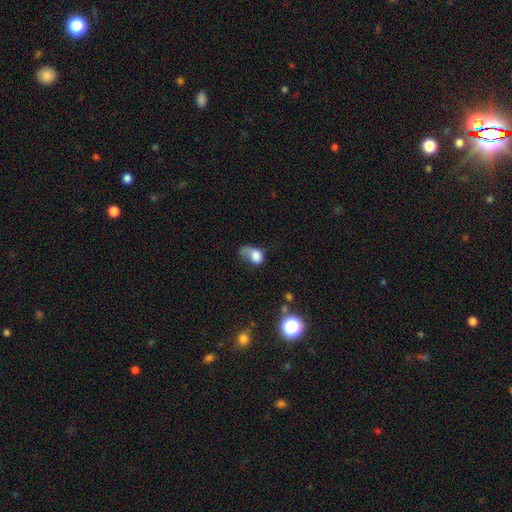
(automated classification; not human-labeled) Smooth or featured? Predicted: smooth (p=0.69). How rounded? Predicted: in between (p=0.65). Merging? Predicted: major disturbance (p=0.51).